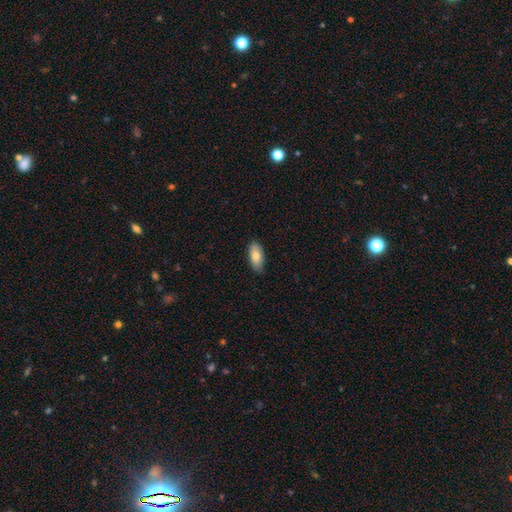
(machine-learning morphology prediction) A smooth galaxy with no disk features (77%) that is in between round and cigar-shaped (91%).

Vote fractions:
- Smooth or featured? smooth: 77% / featured or disk: 16% / star or artifact: 6%
- How rounded? in between: 91% / cigar-shaped: 6% / round: 3%
- Merging? none: 84% / minor disturbance: 13% / major disturbance: 2% / merger: 1%